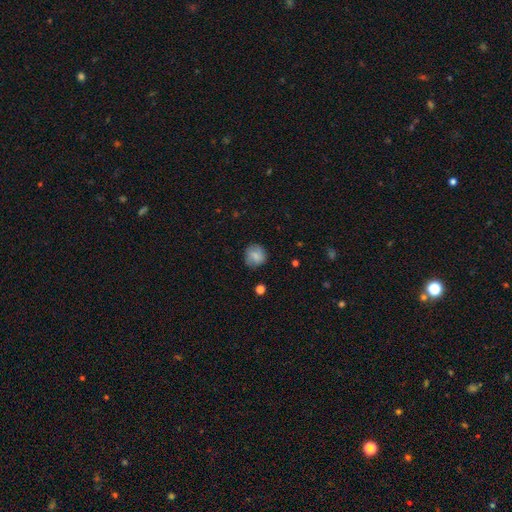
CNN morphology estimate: Smooth or featured? smooth (82%)
How rounded? round (88%)
Merging? none (79%)